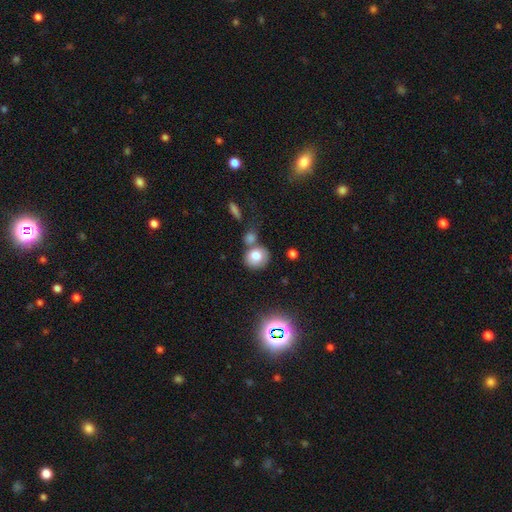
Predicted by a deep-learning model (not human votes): Q: Smooth or featured?
A: smooth (79%); runner-up: featured or disk (12%)
Q: How rounded?
A: round (67%); runner-up: in between (32%)
Q: Merging?
A: none (54%); runner-up: merger (28%)